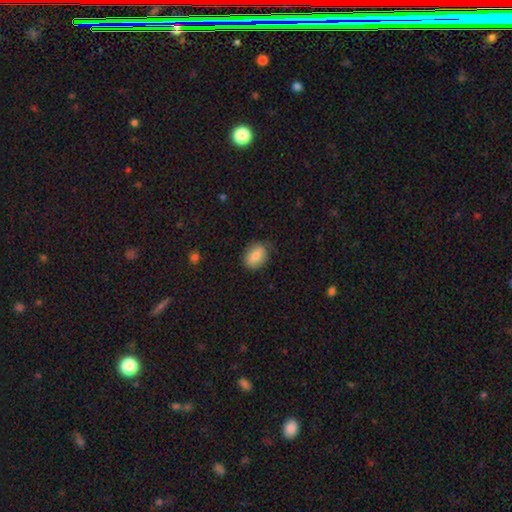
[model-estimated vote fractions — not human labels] Smooth or featured? smooth (78%)
How rounded? in between (71%)
Merging? none (78%)